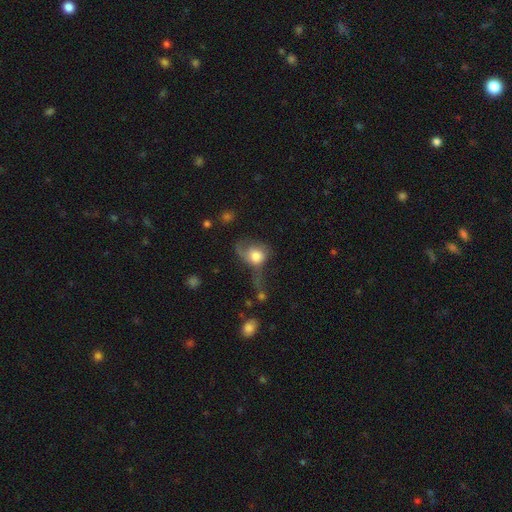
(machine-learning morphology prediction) Overall: smooth (61%; featured or disk 29%). How rounded: round (54%; in between 44%). Merging: major disturbance (50%; none 20%).